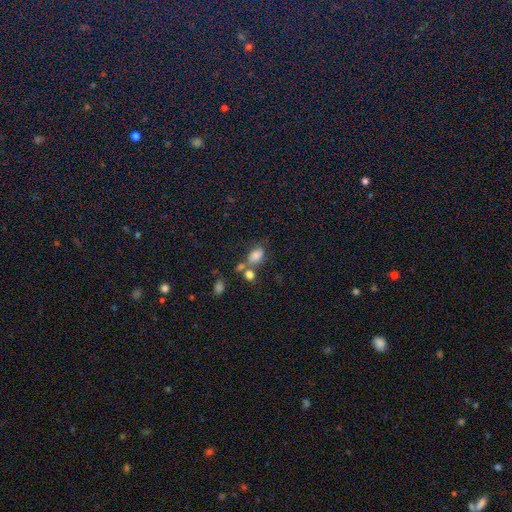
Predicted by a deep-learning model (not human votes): Smooth or featured?
  - smooth: 73% *
  - star or artifact: 14%
  - featured or disk: 13%
How rounded?
  - in between: 79% *
  - round: 19%
  - cigar-shaped: 2%
Merging?
  - none: 40% *
  - merger: 31%
  - minor disturbance: 19%
  - major disturbance: 11%